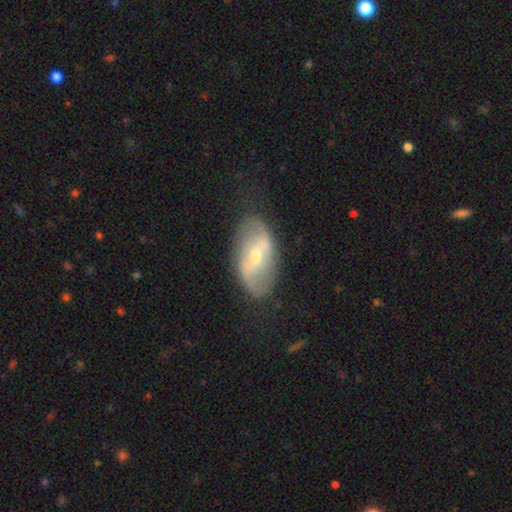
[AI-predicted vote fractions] A featured or disk galaxy (68%) with a weak bar (39%, tied with strong), spiral arms (64%) and a small central bulge (48%). Merging: none (75%).